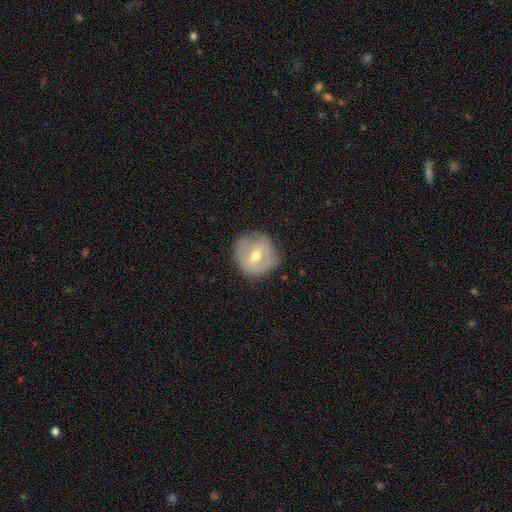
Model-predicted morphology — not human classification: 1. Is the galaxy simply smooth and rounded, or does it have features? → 47% featured or disk, 46% smooth, 8% star or artifact.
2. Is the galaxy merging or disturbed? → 79% none, 15% minor disturbance, 4% major disturbance, 1% merger.